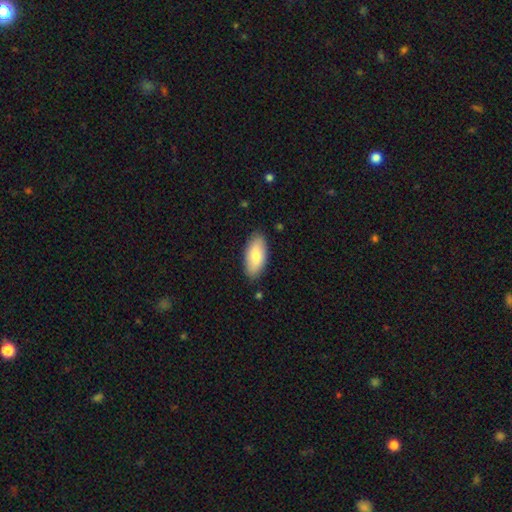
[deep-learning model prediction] A smooth galaxy with no disk features (77%) that is in between round and cigar-shaped (91%). Merging: none (85%).